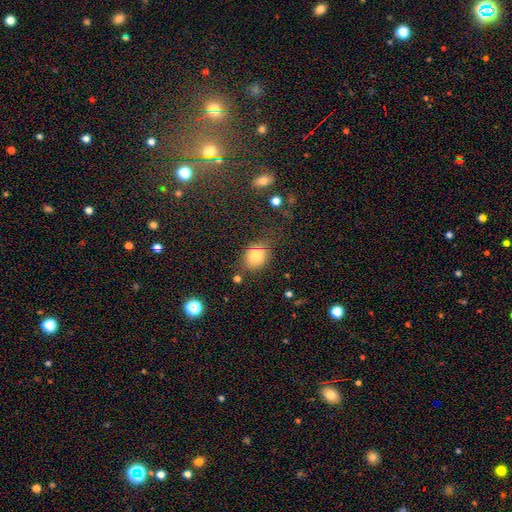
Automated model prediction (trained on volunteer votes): smooth 78%, star or artifact 12%, featured or disk 9%. Down the decision tree: how rounded — round (59%); merging — none (73%).